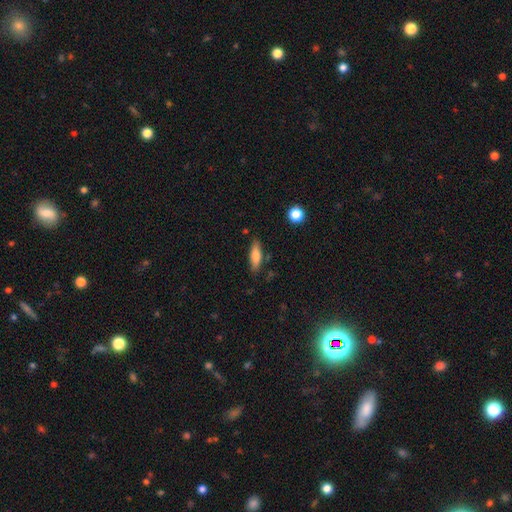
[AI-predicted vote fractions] smooth 74%, featured or disk 19%, star or artifact 7%. Down the decision tree: how rounded — cigar-shaped (53%); merging — none (80%).